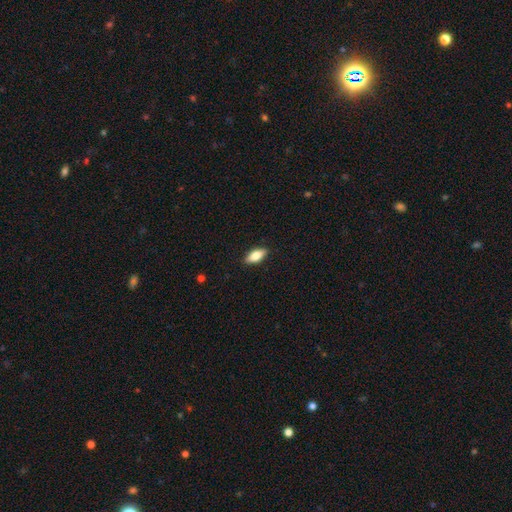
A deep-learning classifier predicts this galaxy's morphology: Overall: smooth (74%). How rounded: in between (80%). Merging: none (88%).